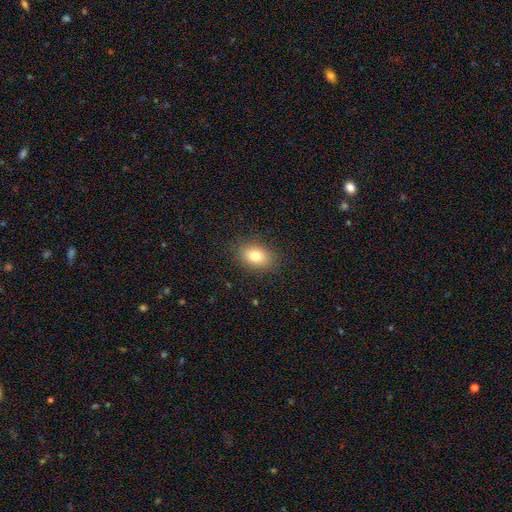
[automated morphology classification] Overall: smooth (79%). How rounded: in between (78%). Merging: none (87%).